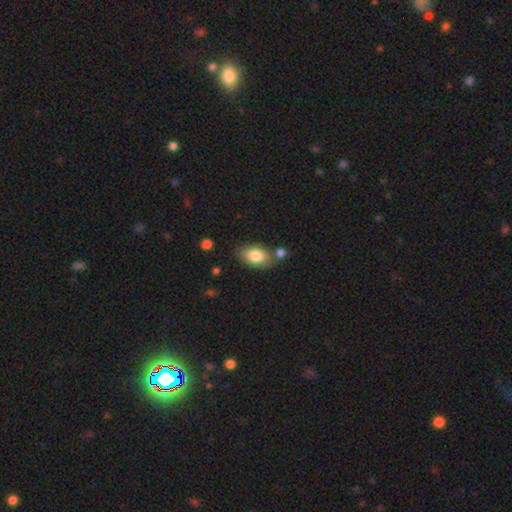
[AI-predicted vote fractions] The model was most divided on "merging": none: 68%, minor disturbance: 15%, merger: 13%, major disturbance: 4%. More confident: how rounded — in between (90%); smooth or featured — smooth (81%).